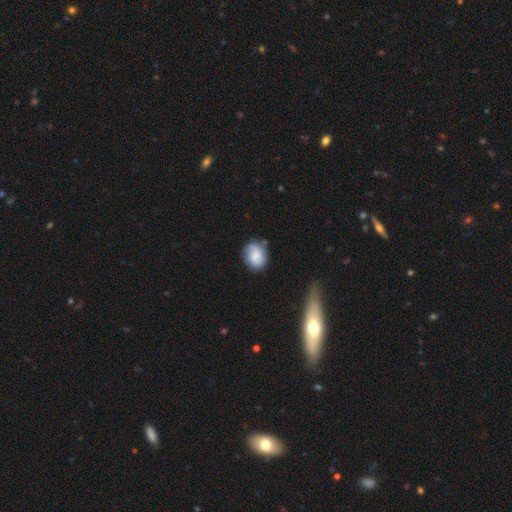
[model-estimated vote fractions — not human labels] This appears to be a smooth galaxy with no disk features (77%) that is in between round and cigar-shaped (52%). Merging: none (72%).